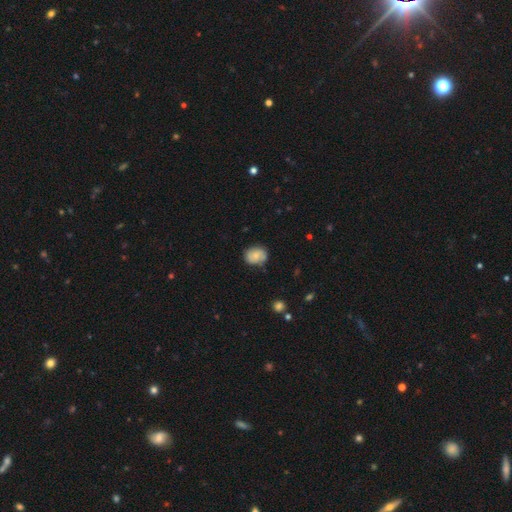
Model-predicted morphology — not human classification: Smooth or featured?
  - smooth: 68% *
  - featured or disk: 23%
  - star or artifact: 8%
How rounded?
  - in between: 51% *
  - round: 48%
  - cigar-shaped: 1%
Merging?
  - none: 74% *
  - minor disturbance: 20%
  - major disturbance: 4%
  - merger: 2%